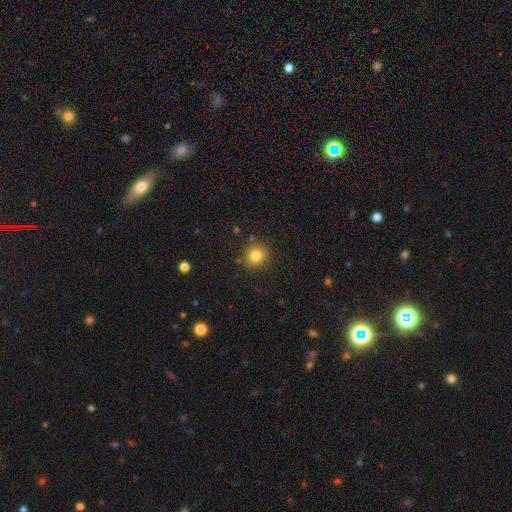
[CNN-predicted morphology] smooth-or-featured: smooth: 82% | star or artifact: 12% | featured or disk: 6%
  how-rounded: round: 88% | in between: 11% | cigar-shaped: 1%
  merging: none: 86% | minor disturbance: 8% | merger: 3% | major disturbance: 3%